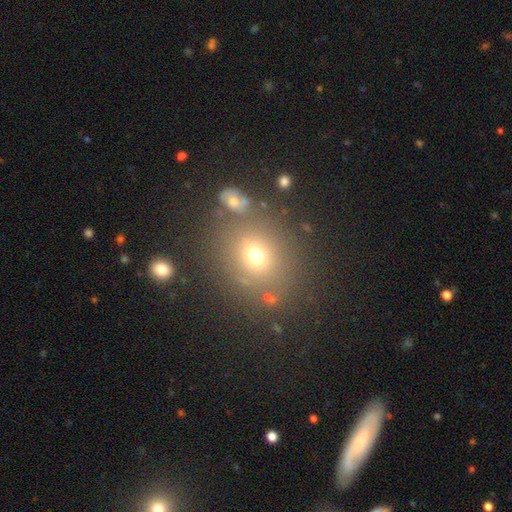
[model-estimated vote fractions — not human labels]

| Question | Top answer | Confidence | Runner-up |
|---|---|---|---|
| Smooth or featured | smooth | 68% | star or artifact (19%) |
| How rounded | round | 77% | in between (22%) |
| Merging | none | 75% | minor disturbance (12%) |